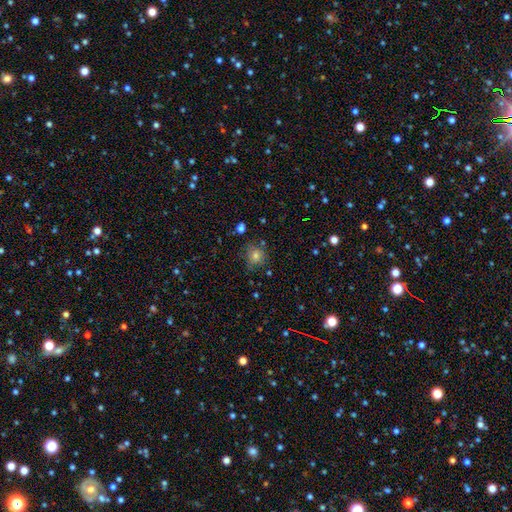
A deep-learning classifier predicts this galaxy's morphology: A smooth galaxy with no disk features (67%) that is round (81%). Merging: none (72%).